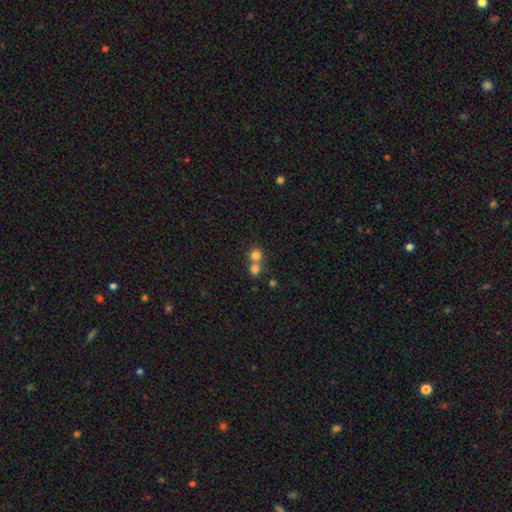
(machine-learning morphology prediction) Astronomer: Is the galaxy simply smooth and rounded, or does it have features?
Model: smooth — 77%.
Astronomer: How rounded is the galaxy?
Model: round — 85%.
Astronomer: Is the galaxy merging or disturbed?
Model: merger — 55% (runner-up: none, 38%).